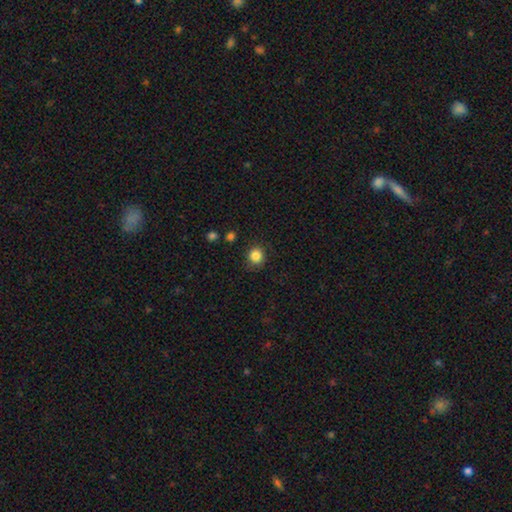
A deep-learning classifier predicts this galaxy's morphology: Overall: smooth (85%). How rounded: round (90%). Merging: none (86%).